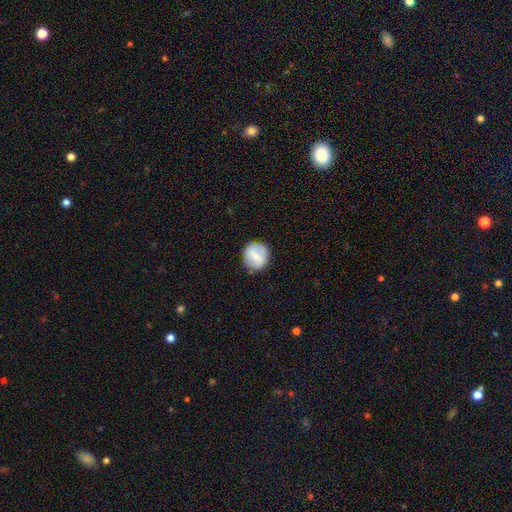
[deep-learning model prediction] smooth_or_featured: smooth (p=0.66) [alt: featured or disk p=0.27]
how_rounded: round (p=0.87) [alt: in between p=0.12]
merging: none (p=0.81) [alt: minor disturbance p=0.14]